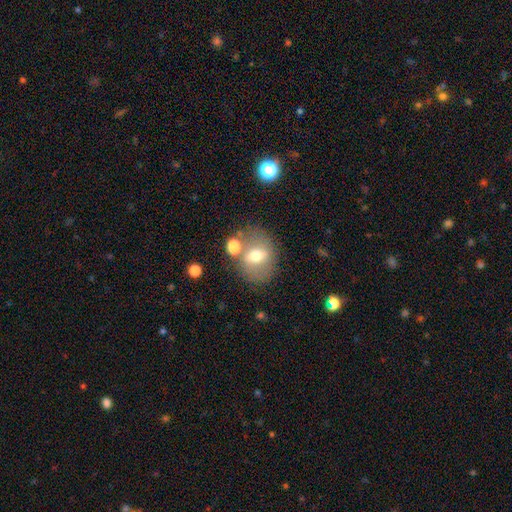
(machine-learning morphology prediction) smooth 58%, featured or disk 32%, star or artifact 10%. Down the decision tree: how rounded — round (51%); merging — none (63%).